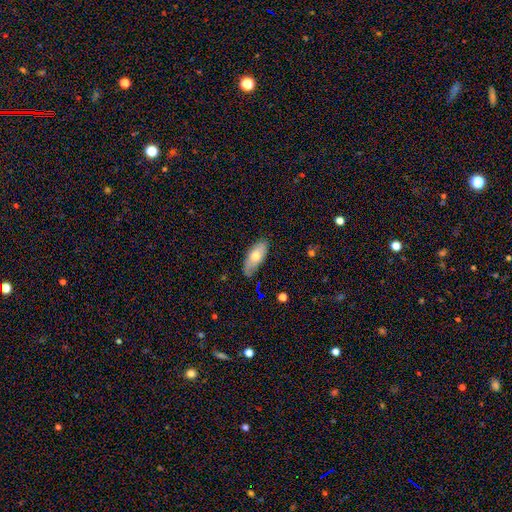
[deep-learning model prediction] Smooth or featured?
  - smooth: 66% *
  - featured or disk: 27%
  - star or artifact: 7%
How rounded?
  - in between: 83% *
  - cigar-shaped: 15%
  - round: 2%
Merging?
  - none: 70% *
  - minor disturbance: 24%
  - major disturbance: 4%
  - merger: 2%